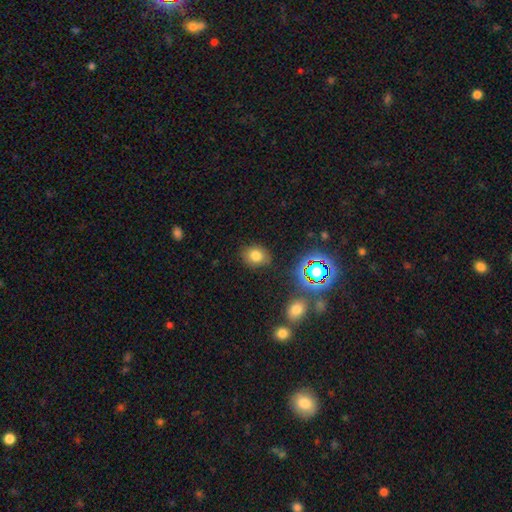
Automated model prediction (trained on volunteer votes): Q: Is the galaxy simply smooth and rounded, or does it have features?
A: smooth — 76%.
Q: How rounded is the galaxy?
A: round — 51%.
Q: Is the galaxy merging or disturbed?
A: none — 83%.